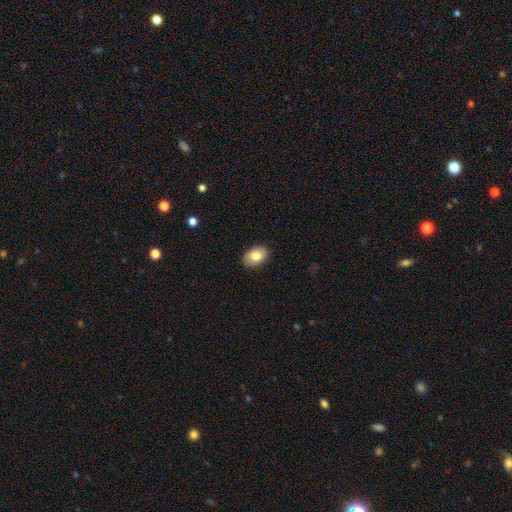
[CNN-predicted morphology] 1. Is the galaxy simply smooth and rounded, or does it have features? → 81% smooth, 12% featured or disk, 7% star or artifact.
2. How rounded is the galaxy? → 88% in between, 11% round, 1% cigar-shaped.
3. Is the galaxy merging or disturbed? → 88% none, 9% minor disturbance, 2% major disturbance, 1% merger.